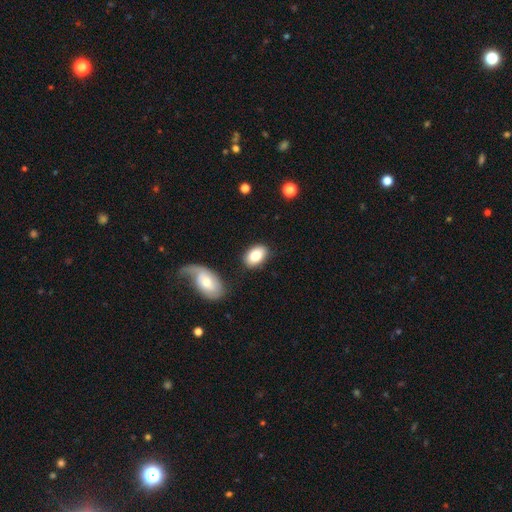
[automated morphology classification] The model was most divided on "merging": none: 79%, minor disturbance: 12%, merger: 5%, major disturbance: 3%. More confident: how rounded — in between (88%); smooth or featured — smooth (81%).